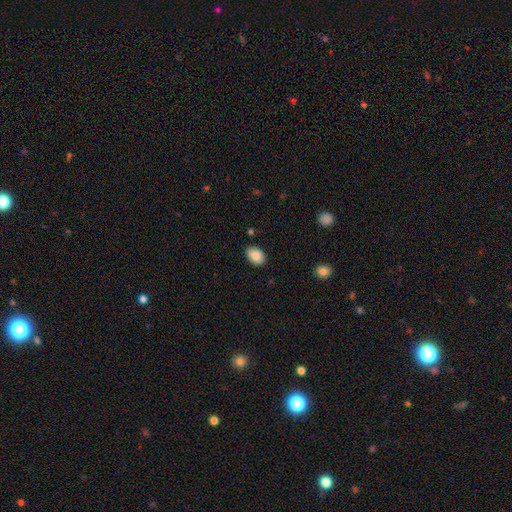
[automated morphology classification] Smooth or featured? smooth (86%)
How rounded? in between (79%)
Merging? none (86%)